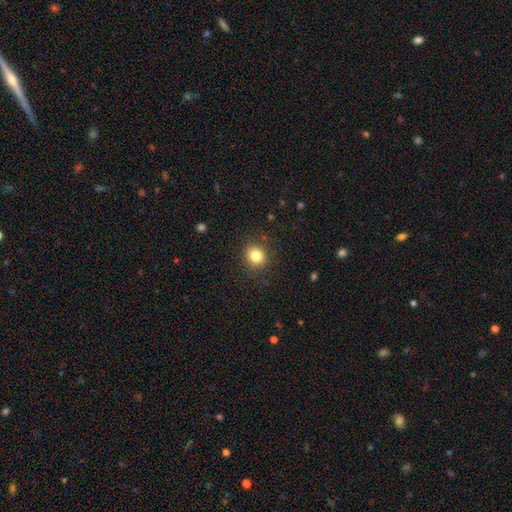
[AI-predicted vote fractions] Q: Smooth or featured?
A: smooth (82%); runner-up: star or artifact (12%)
Q: How rounded?
A: round (88%); runner-up: in between (11%)
Q: Merging?
A: none (89%); runner-up: minor disturbance (7%)